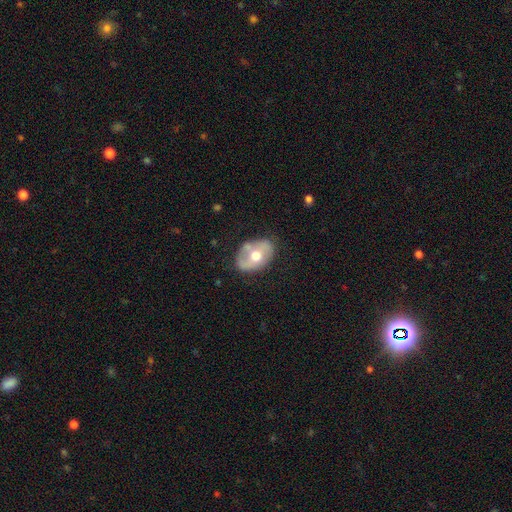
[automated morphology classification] type=featured or disk (51%); edge-on=no (92%); merging=none (70%).